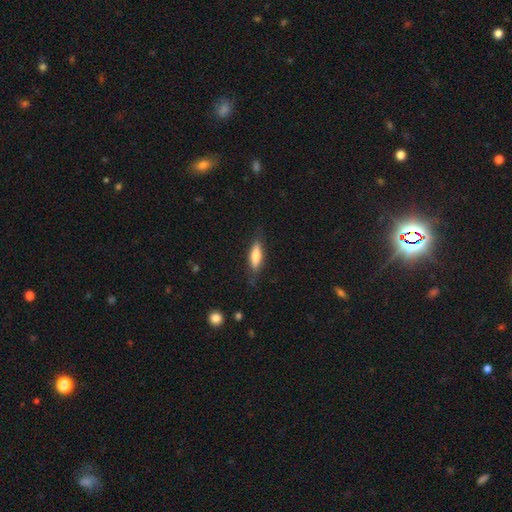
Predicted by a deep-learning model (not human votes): Overall: smooth (65%; featured or disk 29%). How rounded: cigar-shaped (59%; in between 39%). Merging: none (79%).